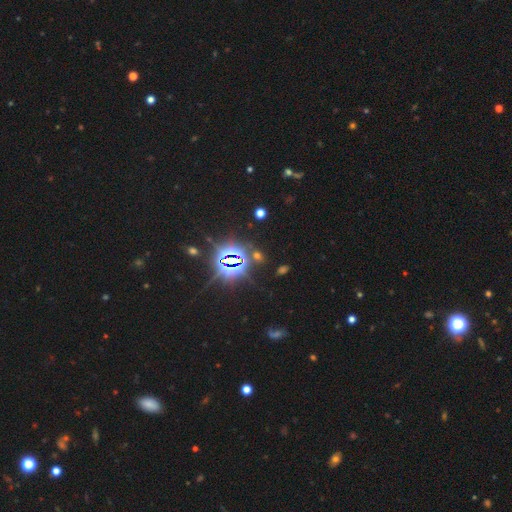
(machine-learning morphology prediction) This is clearly a star or artifact rather than a galaxy (82%).